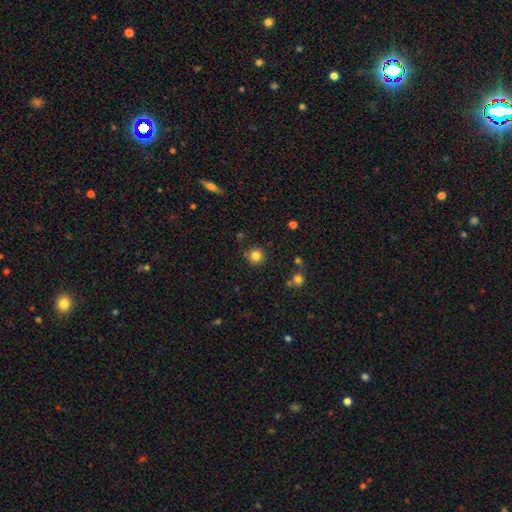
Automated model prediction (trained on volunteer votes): Overall: smooth (82%). How rounded: round (94%). Merging: none (87%).